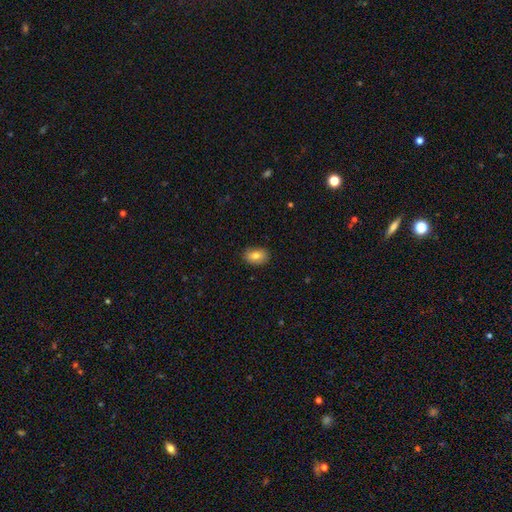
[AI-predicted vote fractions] A smooth galaxy with no disk features (80%) that is in between round and cigar-shaped (83%). Merging: none (87%).